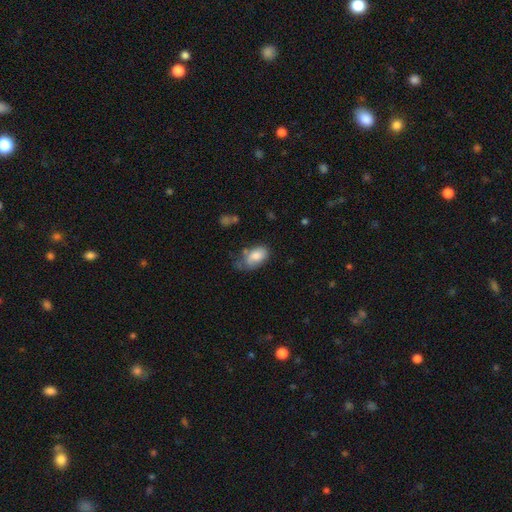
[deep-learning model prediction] The model was most divided on "merging": none: 41%, minor disturbance: 37%, major disturbance: 17%, merger: 6%. More confident: how rounded — in between (91%); smooth or featured — smooth (80%).